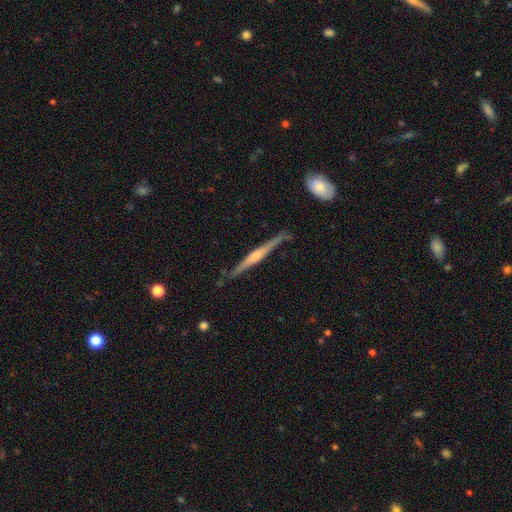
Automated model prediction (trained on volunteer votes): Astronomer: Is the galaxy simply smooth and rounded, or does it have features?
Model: featured or disk — 72%.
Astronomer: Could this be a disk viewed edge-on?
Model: yes — 98%.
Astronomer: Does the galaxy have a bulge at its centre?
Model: rounded — 58%.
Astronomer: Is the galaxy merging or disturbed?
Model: none — 81%.